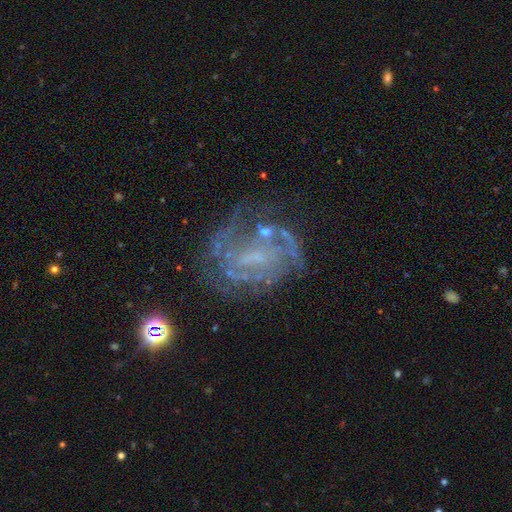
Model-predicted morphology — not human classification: Smooth or featured? featured or disk (76%)
Edge-on disk? no (97%)
Bar? weak (44%)
Spiral arms? yes (79%)
Spiral winding? tight (45%)
Spiral arm count? can't tell (41%)
Bulge size? small (43%)
Merging? none (56%)